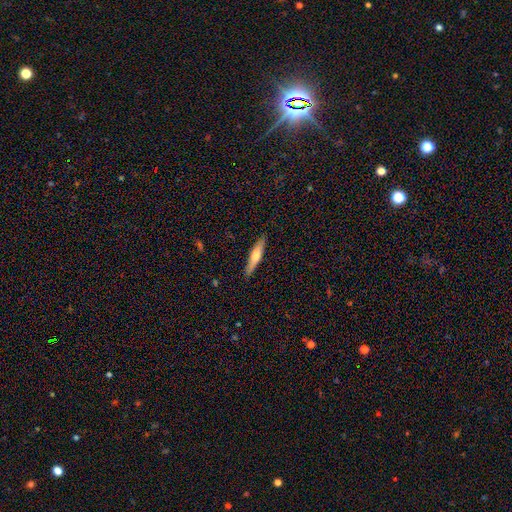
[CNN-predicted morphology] smooth_or_featured: smooth (p=0.53) [alt: featured or disk p=0.41]
how_rounded: cigar-shaped (p=0.85) [alt: in between p=0.13]
merging: none (p=0.88) [alt: minor disturbance p=0.09]